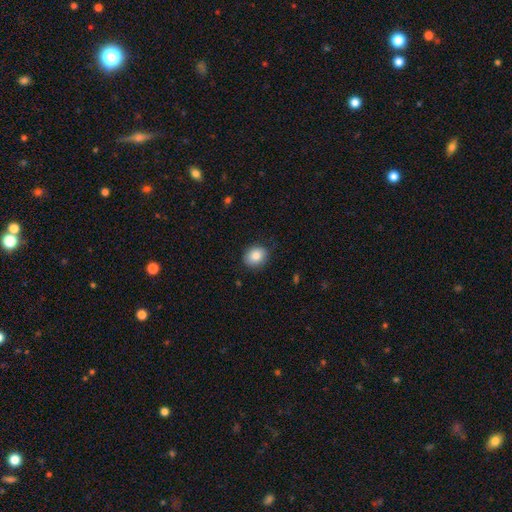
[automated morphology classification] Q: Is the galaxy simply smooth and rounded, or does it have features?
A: smooth — 85%.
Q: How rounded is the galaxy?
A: round — 61%.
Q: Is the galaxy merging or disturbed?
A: none — 80%.